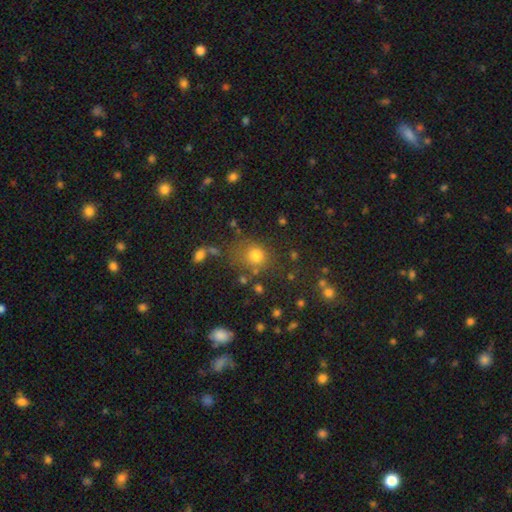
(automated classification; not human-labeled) Smooth or featured? Predicted: smooth (p=0.76). How rounded? Predicted: round (p=0.76). Merging? Predicted: none (p=0.69).